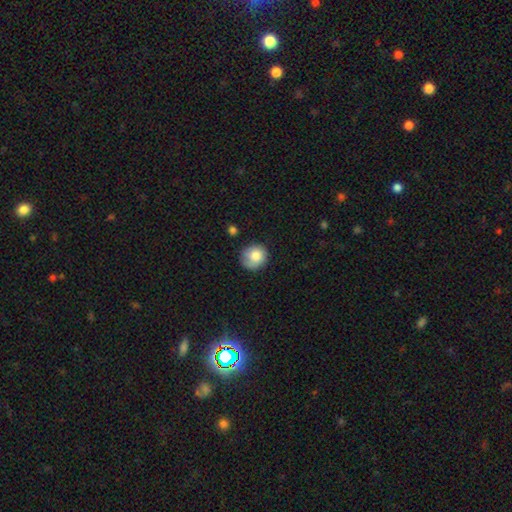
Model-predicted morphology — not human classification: Smooth or featured? smooth (81%)
How rounded? round (89%)
Merging? none (71%)